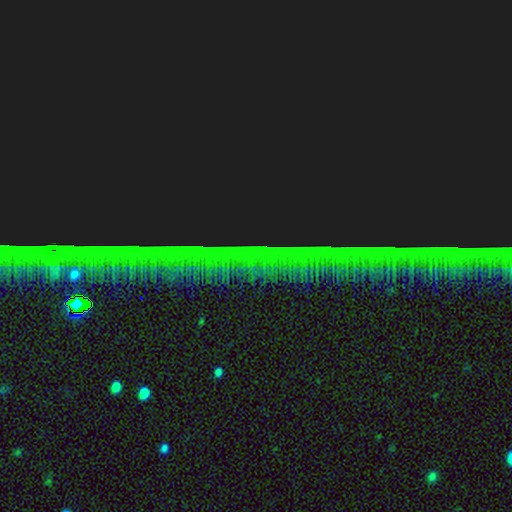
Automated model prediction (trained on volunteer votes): A star or artifact, not a galaxy (87%).